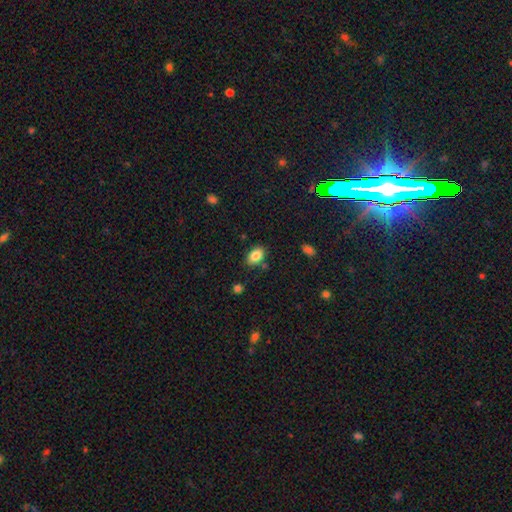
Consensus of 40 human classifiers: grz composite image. It shows a smooth galaxy with no disk features (85%) that is in between round and cigar-shaped (91%). Merging: none (78%).